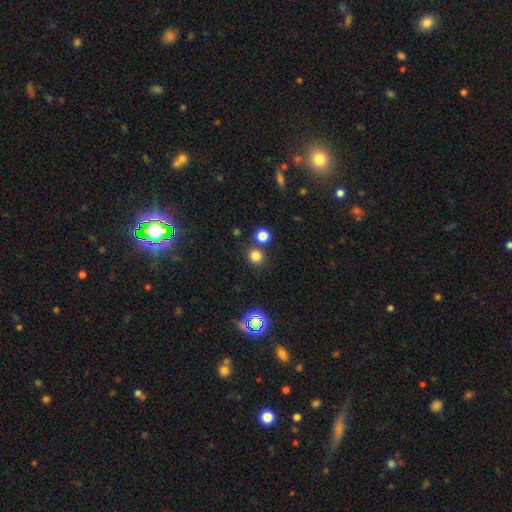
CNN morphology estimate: Q: Smooth or featured?
A: smooth (77%); runner-up: star or artifact (18%)
Q: How rounded?
A: round (89%); runner-up: in between (10%)
Q: Merging?
A: none (76%); runner-up: merger (14%)